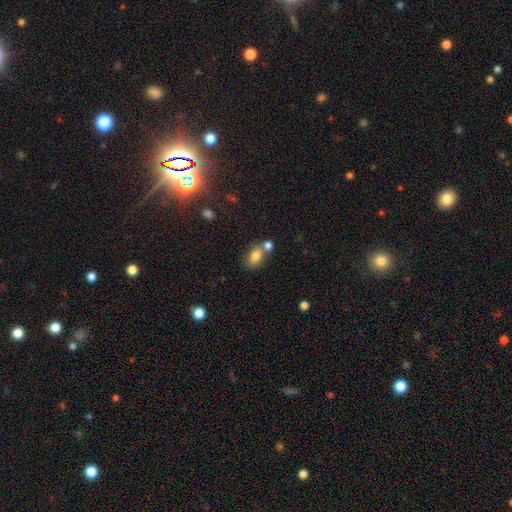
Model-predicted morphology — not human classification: smooth 80%, featured or disk 11%, star or artifact 10%. Down the decision tree: how rounded — in between (82%); merging — none (50%).